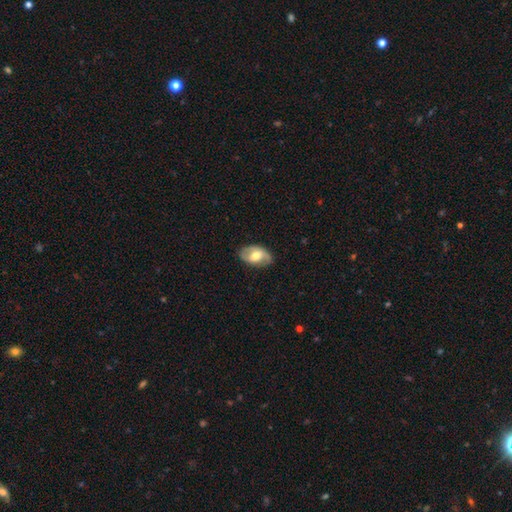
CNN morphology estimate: A featured or disk galaxy (54%) with no bar (42%), spiral arms (67%) and a moderate central bulge (70%).

Vote fractions:
- Smooth or featured? featured or disk: 54% / smooth: 40% / star or artifact: 6%
- Edge-on disk? no: 93% / yes: 7%
- Bar? no: 42% / weak: 40% / strong: 19%
- Spiral arms? yes: 67% / no: 33%
- Bulge size? moderate: 70% / small: 14% / large: 13% / none: 1% / dominant: 1%
- Merging? none: 76% / minor disturbance: 18% / major disturbance: 5% / merger: 1%